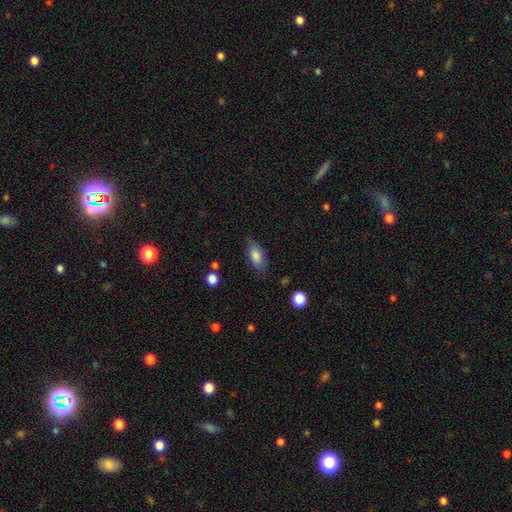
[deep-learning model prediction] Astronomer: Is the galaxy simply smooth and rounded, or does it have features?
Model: smooth — 81%.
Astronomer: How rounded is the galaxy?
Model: in between — 86%.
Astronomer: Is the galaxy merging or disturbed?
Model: none — 76%.